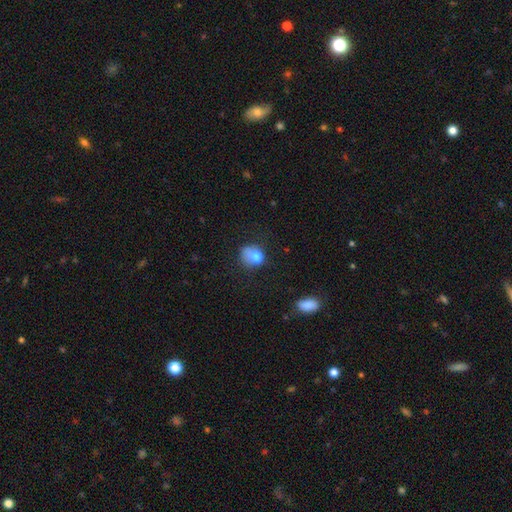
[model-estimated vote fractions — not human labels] smooth-or-featured: smooth: 74% | featured or disk: 15% | star or artifact: 11%
  how-rounded: round: 59% | in between: 40% | cigar-shaped: 1%
  merging: none: 34% | minor disturbance: 29% | major disturbance: 26% | merger: 11%